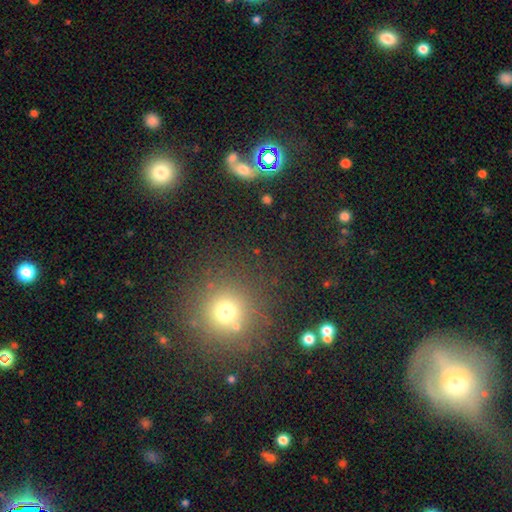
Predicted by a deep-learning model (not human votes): A smooth galaxy with no disk features (45%). Merging: none (83%).